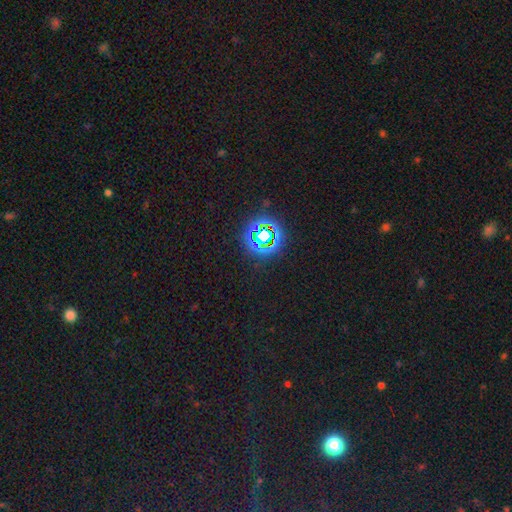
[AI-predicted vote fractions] Overall: star or artifact (69%).